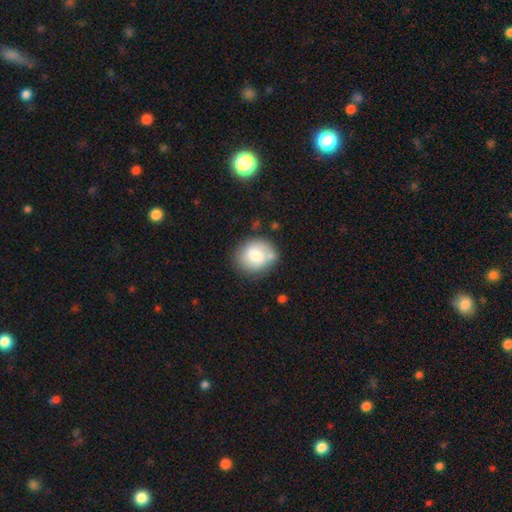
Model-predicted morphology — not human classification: smooth_or_featured: smooth (p=0.71) [alt: featured or disk p=0.21]
how_rounded: round (p=0.71) [alt: in between p=0.28]
merging: none (p=0.66) [alt: minor disturbance p=0.18]